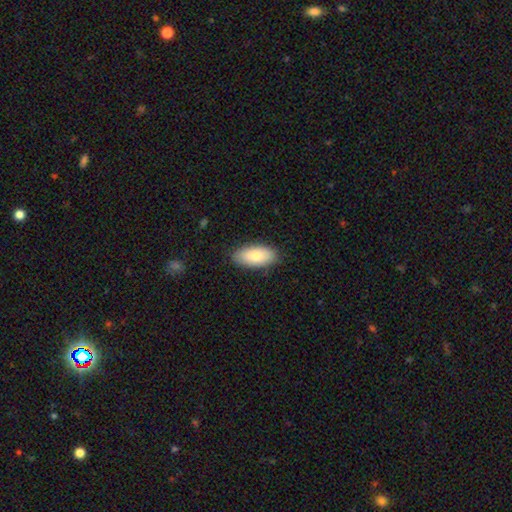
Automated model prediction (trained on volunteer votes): A smooth galaxy with no disk features (82%) that is in between round and cigar-shaped (91%). Merging: none (86%).